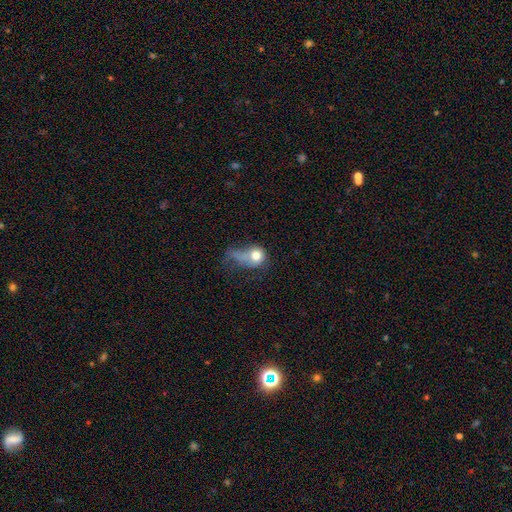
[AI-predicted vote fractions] The model was most divided on "how rounded": round: 59%, in between: 38%, cigar-shaped: 2%. More confident: smooth or featured — smooth (69%); merging — major disturbance (51%).